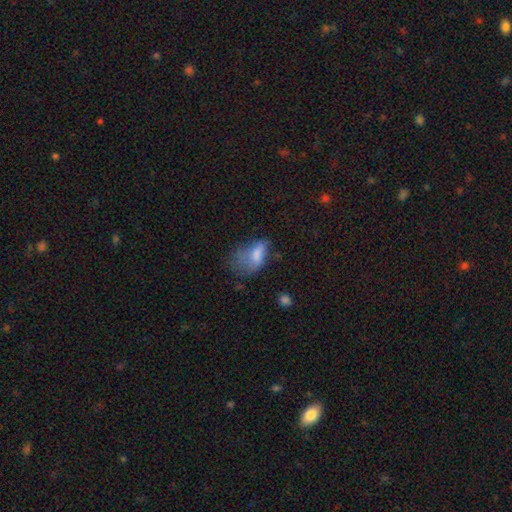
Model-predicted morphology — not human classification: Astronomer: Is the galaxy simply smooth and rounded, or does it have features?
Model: smooth — 66%.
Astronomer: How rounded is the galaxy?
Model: in between — 86%.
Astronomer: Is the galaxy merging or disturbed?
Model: major disturbance — 46% (runner-up: minor disturbance, 27%).